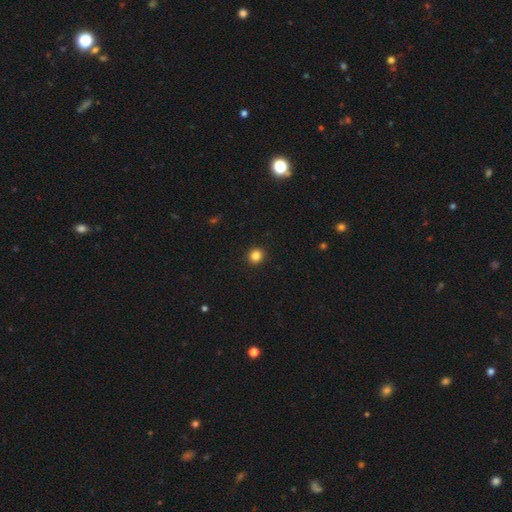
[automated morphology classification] Overall: smooth (85%). How rounded: round (90%). Merging: none (93%).